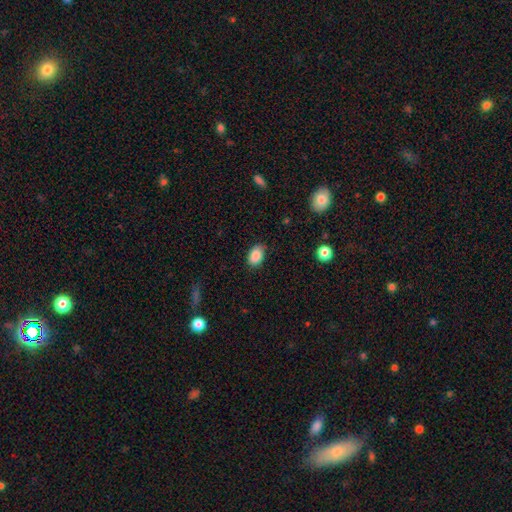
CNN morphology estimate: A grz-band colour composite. It shows a smooth galaxy with no disk features (88%) that is in between round and cigar-shaped (85%). Merging: none (81%).